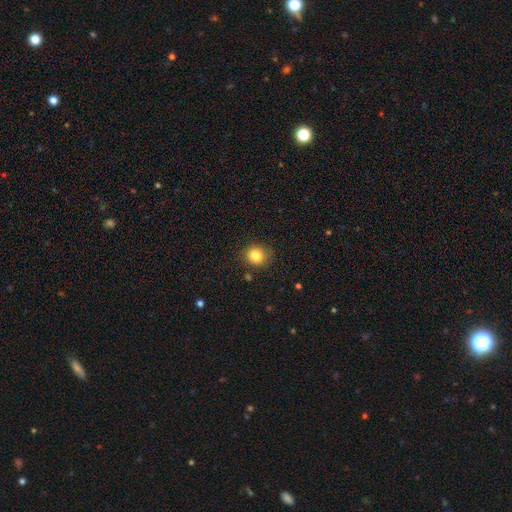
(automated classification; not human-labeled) The model was most divided on "how rounded": round: 80%, in between: 19%, cigar-shaped: 1%. More confident: merging — none (86%); smooth or featured — smooth (82%).